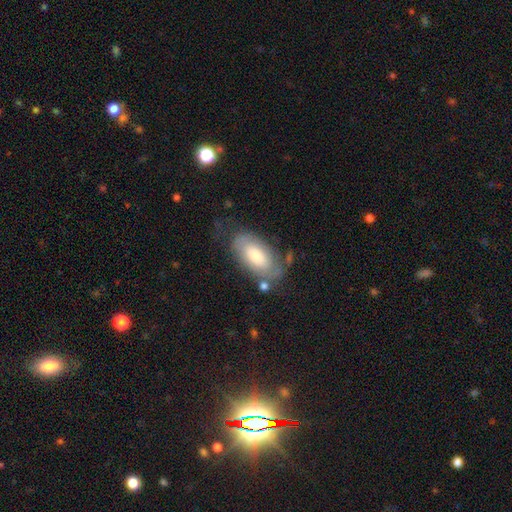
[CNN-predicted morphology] smooth 58%, featured or disk 36%, star or artifact 7%. Down the decision tree: how rounded — in between (92%); merging — none (59%).